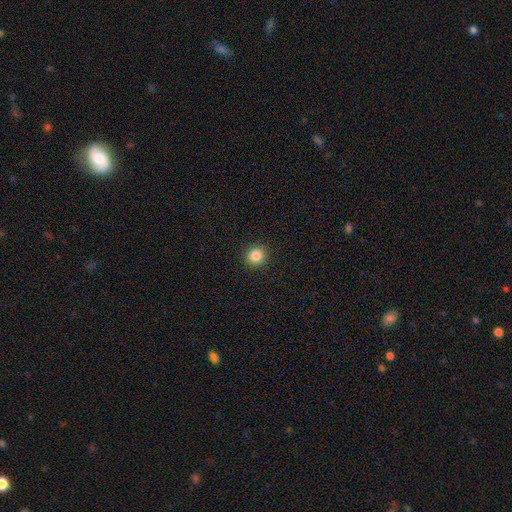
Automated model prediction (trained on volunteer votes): A smooth galaxy with no disk features (85%) that is round (92%).

Vote fractions:
- Smooth or featured? smooth: 85% / star or artifact: 11% / featured or disk: 4%
- How rounded? round: 92% / in between: 7% / cigar-shaped: 1%
- Merging? none: 92% / minor disturbance: 5% / major disturbance: 2% / merger: 1%